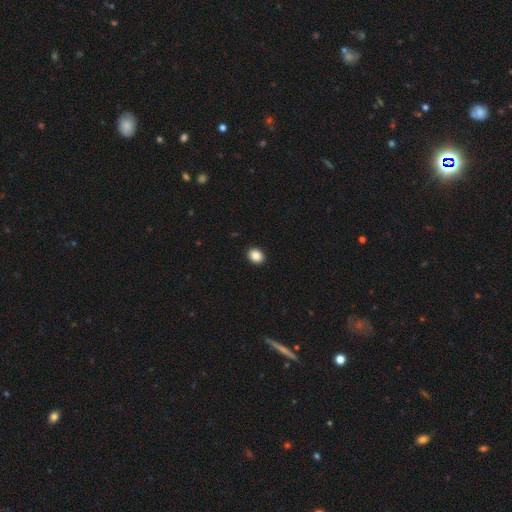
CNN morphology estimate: Smooth or featured: smooth — 88% (star or artifact — 9%)
How rounded: in between — 50% (round — 49%)
Merging: none — 92% (minor disturbance — 5%)